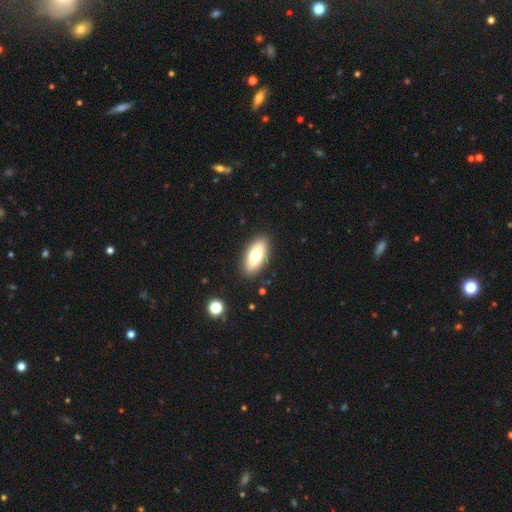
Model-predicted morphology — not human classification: Smooth or featured? Predicted: smooth (p=0.74). How rounded? Predicted: in between (p=0.88). Merging? Predicted: none (p=0.89).